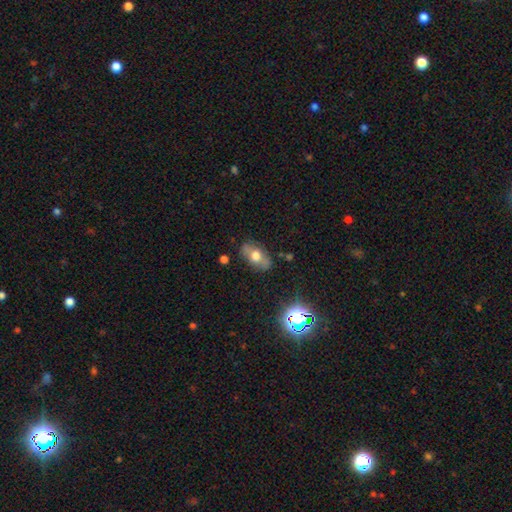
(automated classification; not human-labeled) smooth-or-featured: smooth: 55% | featured or disk: 34% | star or artifact: 11%
  how-rounded: in between: 86% | round: 10% | cigar-shaped: 4%
  merging: none: 77% | minor disturbance: 16% | major disturbance: 4% | merger: 2%